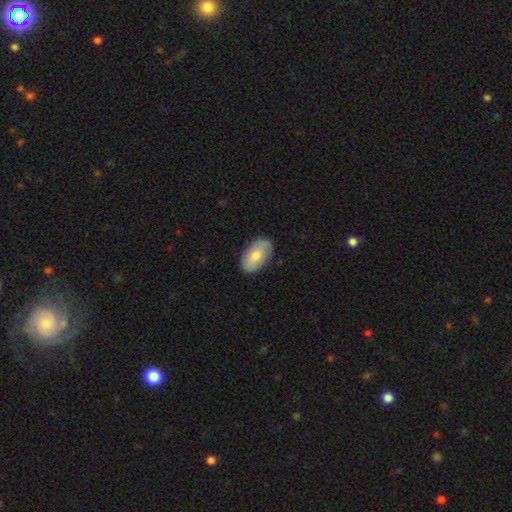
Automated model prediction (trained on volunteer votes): A smooth galaxy with no disk features (69%) that is in between round and cigar-shaped (93%). Merging: none (84%).